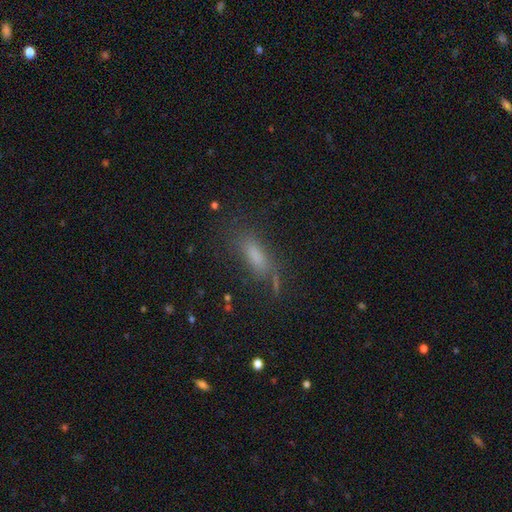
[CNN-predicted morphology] A smooth galaxy with no disk features (68%) that is in between round and cigar-shaped (57%).

Vote fractions:
- Smooth or featured? smooth: 68% / featured or disk: 16% / star or artifact: 16%
- How rounded? in between: 57% / cigar-shaped: 39% / round: 4%
- Merging? none: 63% / minor disturbance: 19% / major disturbance: 13% / merger: 5%